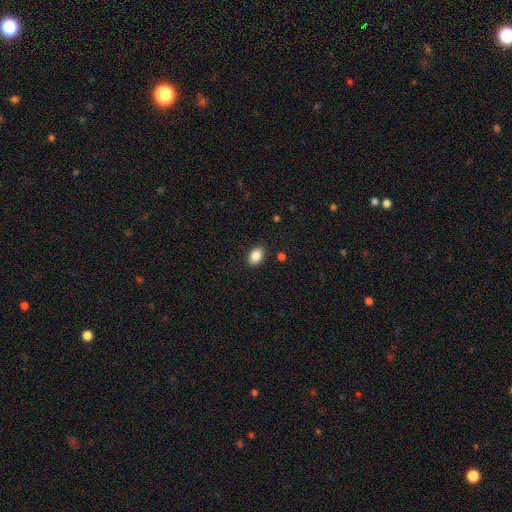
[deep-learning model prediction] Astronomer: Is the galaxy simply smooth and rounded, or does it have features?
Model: smooth — 87%.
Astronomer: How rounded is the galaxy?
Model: in between — 89%.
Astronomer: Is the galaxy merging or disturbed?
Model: none — 88%.